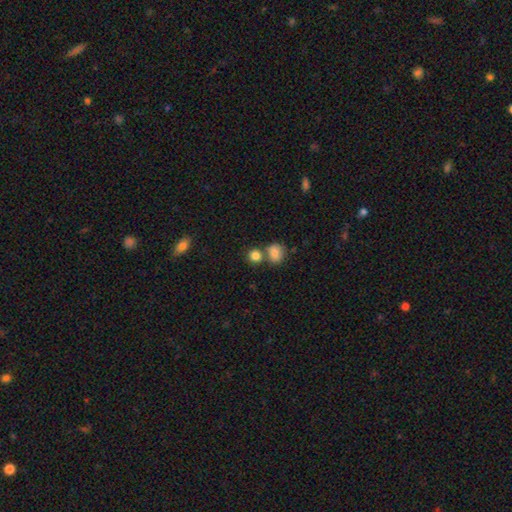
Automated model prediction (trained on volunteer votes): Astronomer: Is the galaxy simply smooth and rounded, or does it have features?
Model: smooth — 84%.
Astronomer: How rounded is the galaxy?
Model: round — 82%.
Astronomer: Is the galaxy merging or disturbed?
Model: none — 55% (runner-up: merger, 34%).